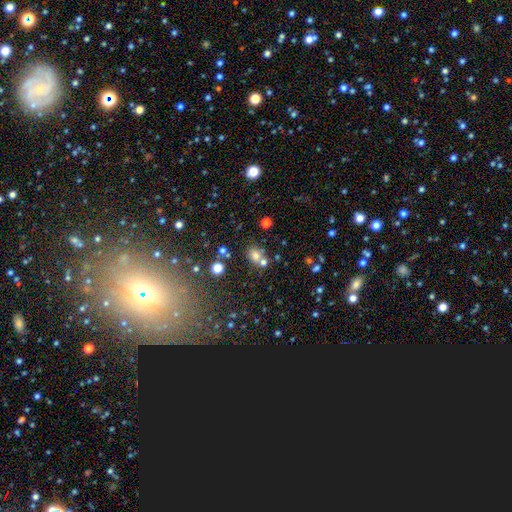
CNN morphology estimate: A smooth galaxy with no disk features (71%) that is round (60%).

Vote fractions:
- Smooth or featured? smooth: 71% / star or artifact: 19% / featured or disk: 11%
- How rounded? round: 60% / in between: 39% / cigar-shaped: 1%
- Merging? none: 55% / merger: 29% / minor disturbance: 11% / major disturbance: 5%